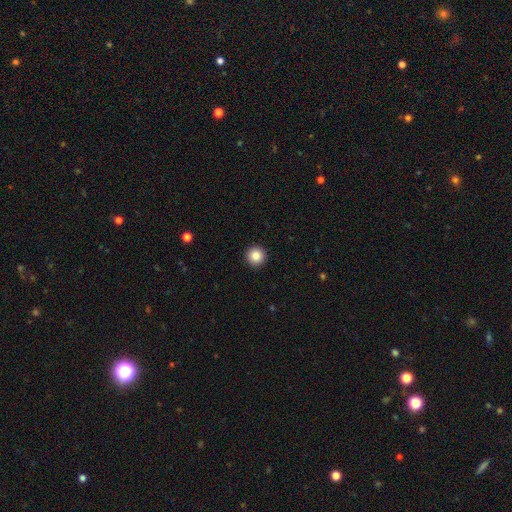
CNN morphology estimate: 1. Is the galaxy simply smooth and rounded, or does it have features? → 86% smooth, 9% star or artifact, 5% featured or disk.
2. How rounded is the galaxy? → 96% round, 3% in between, 1% cigar-shaped.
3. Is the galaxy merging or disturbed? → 94% none, 4% minor disturbance, 1% major disturbance, 1% merger.